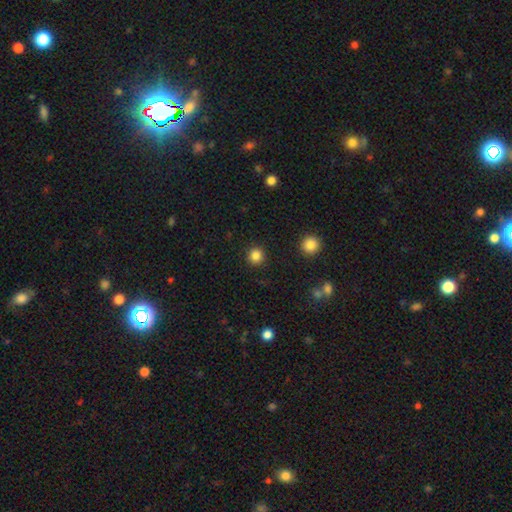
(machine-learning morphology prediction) smooth-or-featured: smooth: 84% | star or artifact: 12% | featured or disk: 4%
  how-rounded: round: 93% | in between: 6% | cigar-shaped: 1%
  merging: none: 92% | minor disturbance: 5% | major disturbance: 2% | merger: 1%